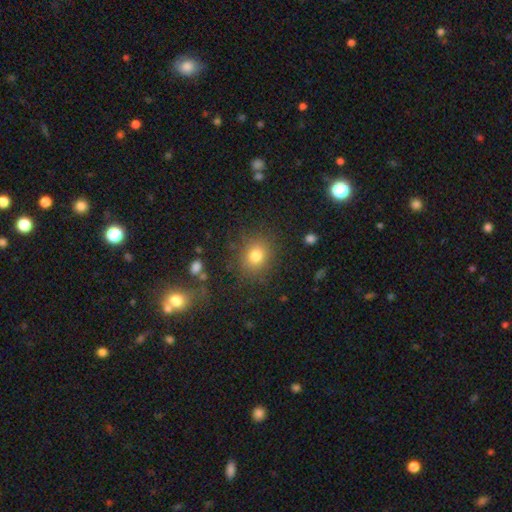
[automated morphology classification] The model was most divided on "how rounded": round: 74%, in between: 25%, cigar-shaped: 1%. More confident: merging — none (85%); smooth or featured — smooth (79%).